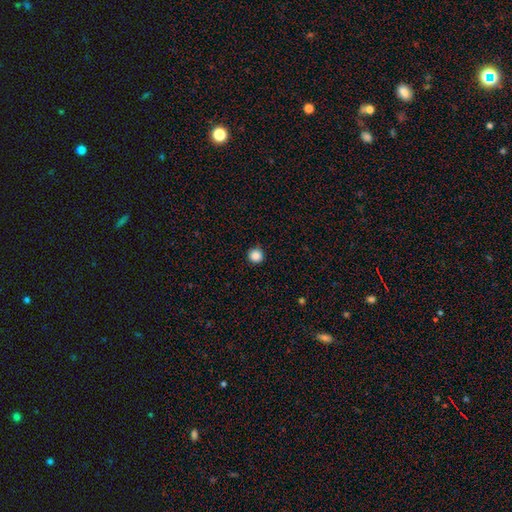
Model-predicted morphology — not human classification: smooth 87%, star or artifact 10%, featured or disk 3%. Down the decision tree: how rounded — round (96%); merging — none (91%).